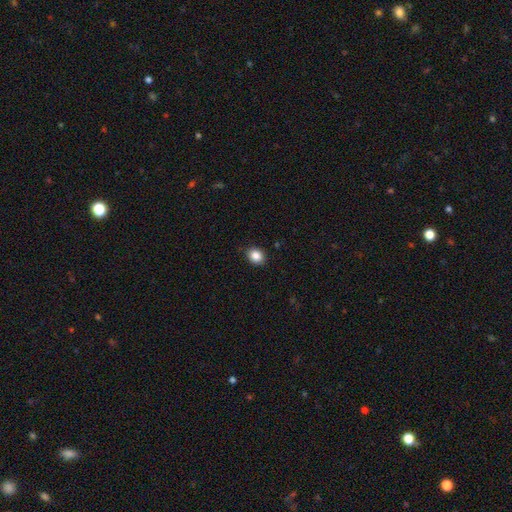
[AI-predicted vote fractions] smooth_or_featured: smooth (p=0.86) [alt: star or artifact p=0.09]
how_rounded: round (p=0.54) [alt: in between p=0.45]
merging: none (p=0.90) [alt: minor disturbance p=0.08]